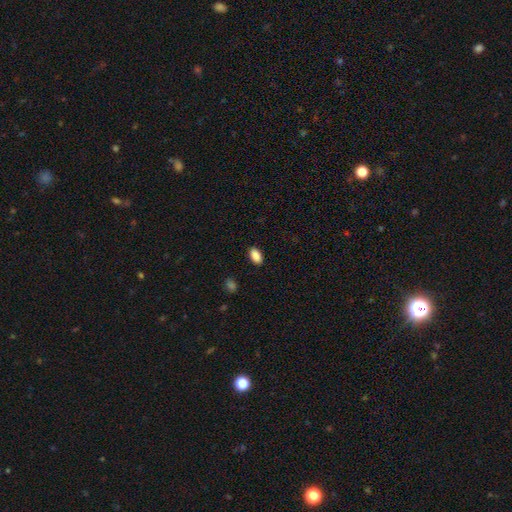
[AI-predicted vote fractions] Morphology: type=smooth (89%); roundness=in between (92%); merging=none (88%).